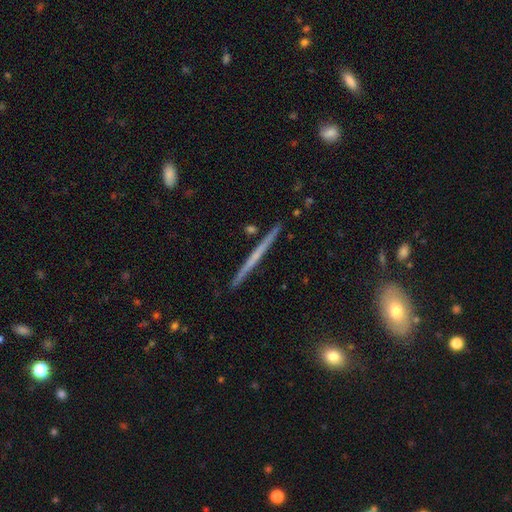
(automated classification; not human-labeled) Smooth or featured: featured or disk — 67% (smooth — 27%)
Edge-on disk: yes — 98% (no — 2%)
Edge-on bulge: none — 75% (rounded — 19%)
Merging: none — 92% (minor disturbance — 6%)